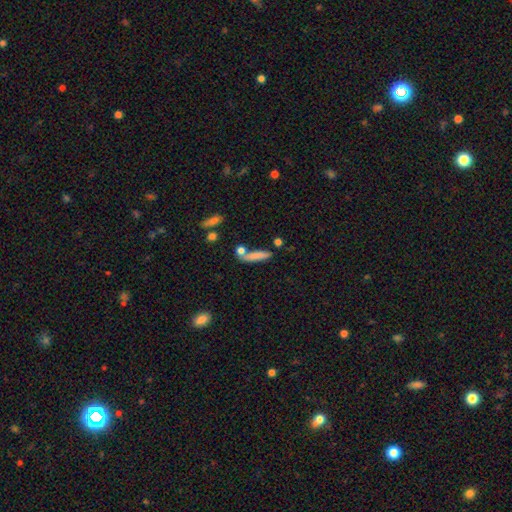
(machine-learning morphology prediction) This is likely a smooth galaxy (78%). How rounded: likely cigar-shaped (76%). Merging: likely none (65%).